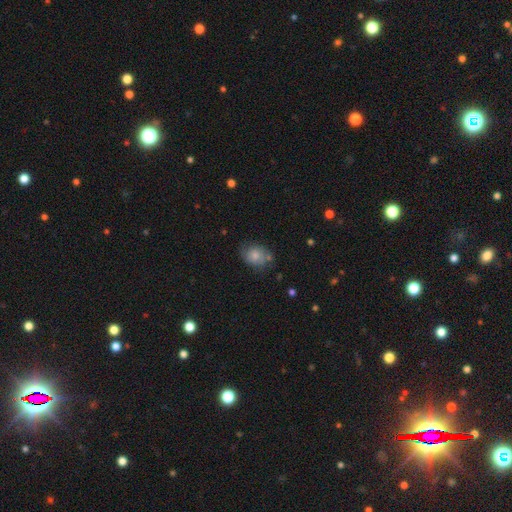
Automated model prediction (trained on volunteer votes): smooth_or_featured: smooth (p=0.74) [alt: featured or disk p=0.17]
how_rounded: in between (p=0.53) [alt: round p=0.45]
merging: none (p=0.61) [alt: minor disturbance p=0.25]